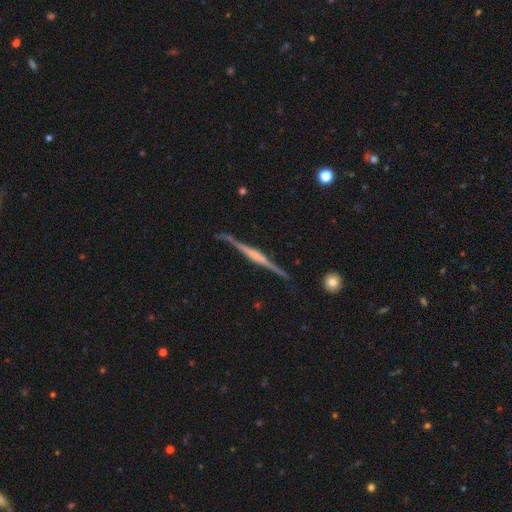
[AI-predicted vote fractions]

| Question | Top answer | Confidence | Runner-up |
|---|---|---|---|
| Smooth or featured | featured or disk | 83% | smooth (12%) |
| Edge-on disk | yes | 98% | no (2%) |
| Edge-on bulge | rounded | 50% | boxy (31%) |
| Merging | none | 87% | minor disturbance (10%) |